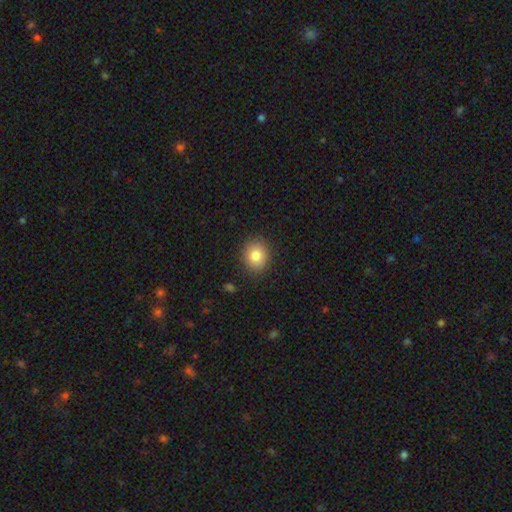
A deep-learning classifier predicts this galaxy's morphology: A smooth galaxy with no disk features (84%) that is round (67%).

Vote fractions:
- Smooth or featured? smooth: 84% / star or artifact: 9% / featured or disk: 7%
- How rounded? round: 67% / in between: 32% / cigar-shaped: 1%
- Merging? none: 87% / minor disturbance: 9% / major disturbance: 3% / merger: 1%